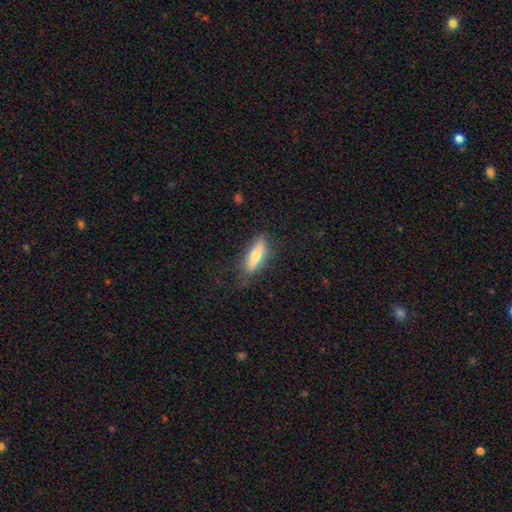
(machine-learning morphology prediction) A smooth galaxy with no disk features (66%) that is cigar-shaped (53%). Merging: none (76%).